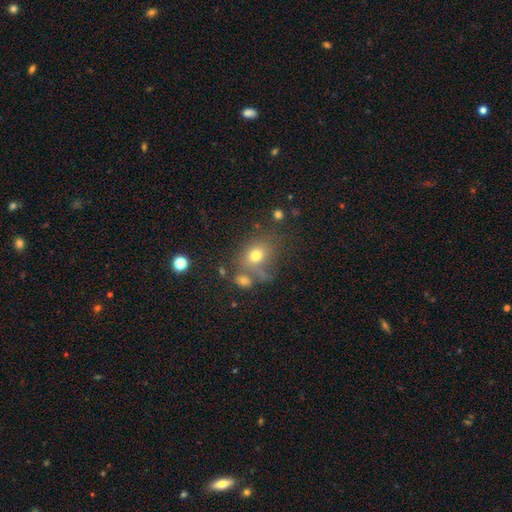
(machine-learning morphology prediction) Smooth or featured: smooth — 71% (star or artifact — 15%)
How rounded: round — 50% (in between — 49%)
Merging: none — 55% (merger — 19%)